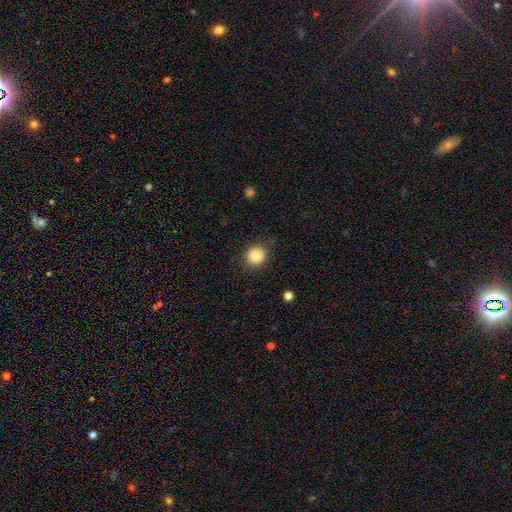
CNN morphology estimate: This appears to be a smooth galaxy with no disk features (83%) that is round (86%). Merging: none (85%).